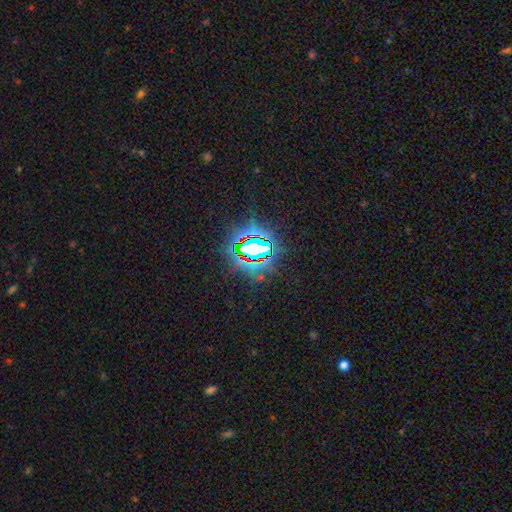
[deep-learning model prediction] Smooth or featured? Predicted: star or artifact (p=0.82).